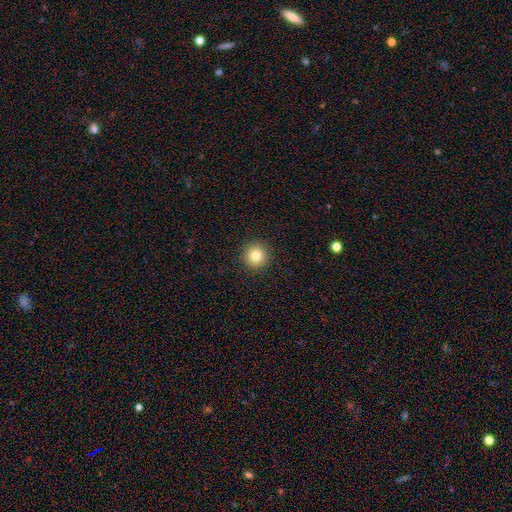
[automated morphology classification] smooth 81%, star or artifact 11%, featured or disk 8%. Down the decision tree: how rounded — round (96%); merging — none (92%).